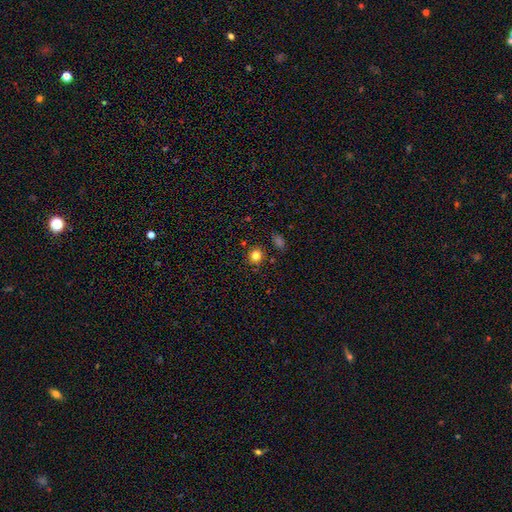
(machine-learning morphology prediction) This is clearly a smooth galaxy (81%). How rounded: clearly round (86%). Merging: clearly none (85%).